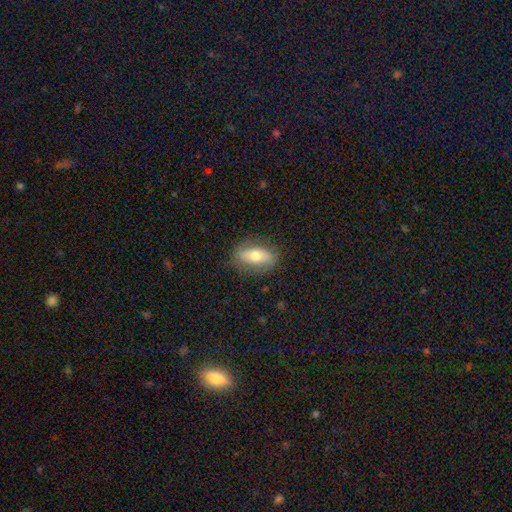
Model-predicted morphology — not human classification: Overall: smooth (58%; featured or disk 35%). How rounded: in between (80%). Merging: none (82%).